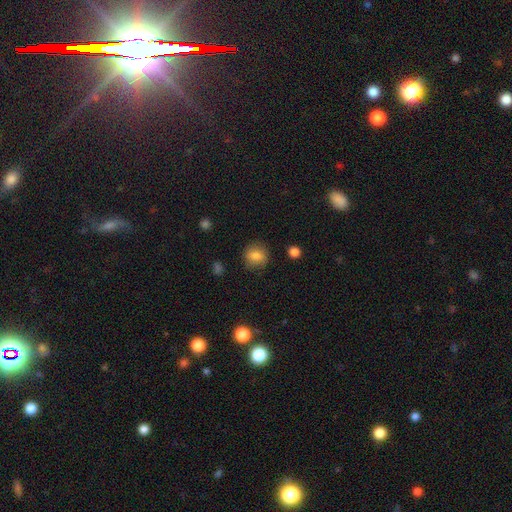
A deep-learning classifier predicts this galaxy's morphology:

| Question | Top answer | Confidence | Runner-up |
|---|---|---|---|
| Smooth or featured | smooth | 81% | star or artifact (10%) |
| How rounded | round | 84% | in between (15%) |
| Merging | none | 85% | minor disturbance (11%) |